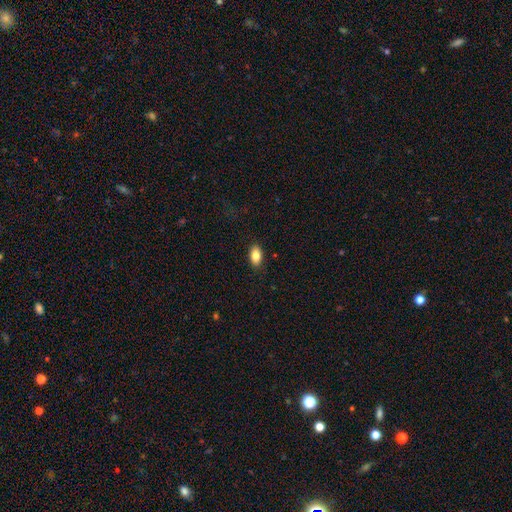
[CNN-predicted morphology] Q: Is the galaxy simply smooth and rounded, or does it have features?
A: smooth — 84%.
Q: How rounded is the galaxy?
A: in between — 91%.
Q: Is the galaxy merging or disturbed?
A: none — 88%.